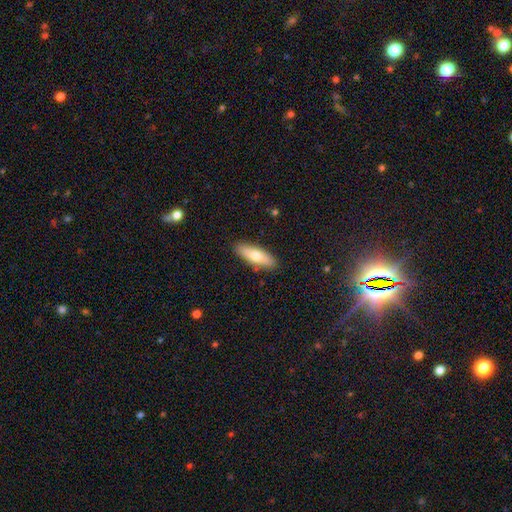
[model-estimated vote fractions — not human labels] This appears to be a smooth galaxy with no disk features (70%) that is in between round and cigar-shaped (49%, tied with cigar-shaped). Merging: none (88%).